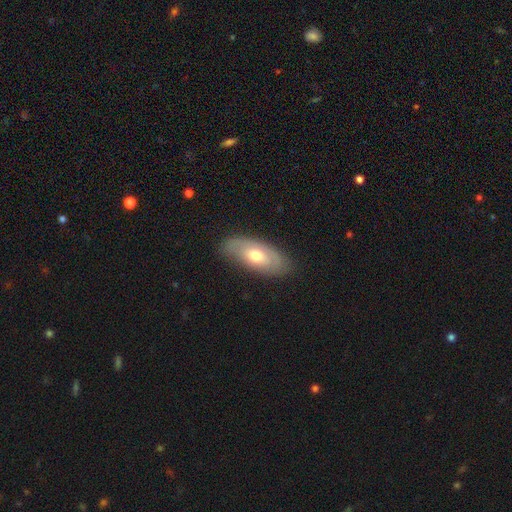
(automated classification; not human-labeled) This appears to be a smooth galaxy with no disk features (58%) that is in between round and cigar-shaped (87%). Merging: none (80%).